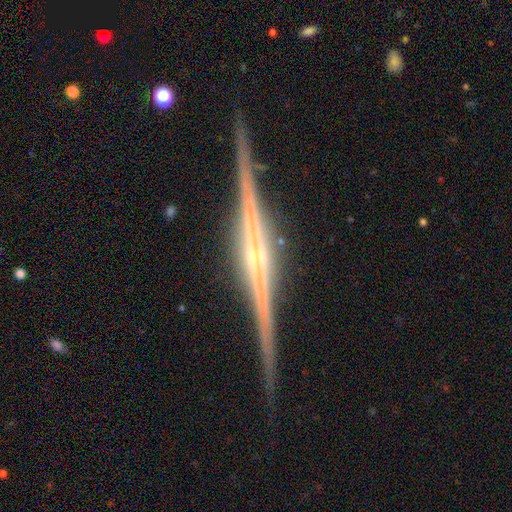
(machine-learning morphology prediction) This is clearly a featured or disk galaxy (90%). It is clearly viewed edge-on (98%). Edge-on bulge: possibly rounded (49%). Merging: clearly none (89%).